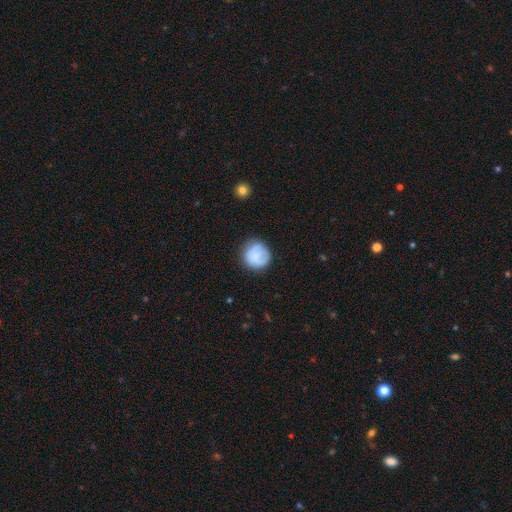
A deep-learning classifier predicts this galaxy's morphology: smooth_or_featured: smooth (p=0.80) [alt: featured or disk p=0.13]
how_rounded: round (p=0.90) [alt: in between p=0.10]
merging: none (p=0.71) [alt: minor disturbance p=0.21]